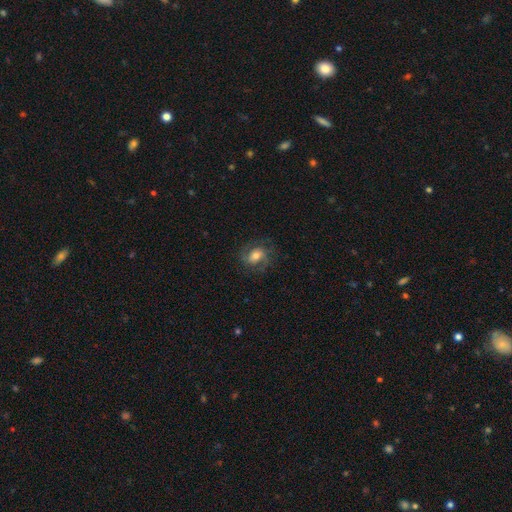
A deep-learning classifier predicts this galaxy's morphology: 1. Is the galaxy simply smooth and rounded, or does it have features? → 53% featured or disk, 37% smooth, 10% star or artifact.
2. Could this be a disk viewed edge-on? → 96% no, 4% yes.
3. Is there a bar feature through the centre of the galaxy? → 54% no, 34% weak, 12% strong.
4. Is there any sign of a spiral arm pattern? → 84% yes, 16% no.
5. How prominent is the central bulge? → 59% moderate, 22% small, 15% large, 2% none, 2% dominant.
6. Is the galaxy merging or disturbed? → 72% none, 17% minor disturbance, 10% major disturbance, 1% merger.